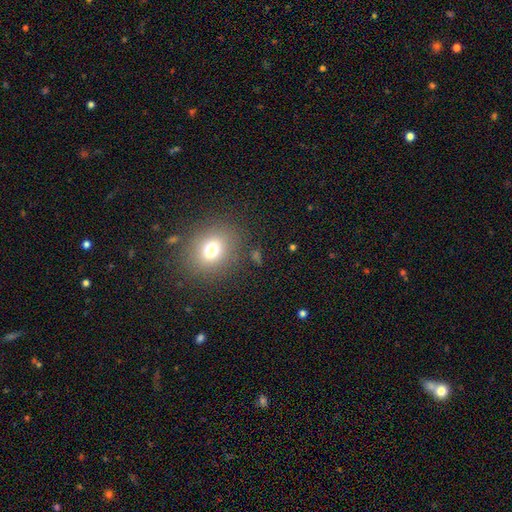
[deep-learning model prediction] smooth-or-featured: smooth: 70% | star or artifact: 20% | featured or disk: 10%
  how-rounded: round: 61% | in between: 38% | cigar-shaped: 2%
  merging: none: 85% | minor disturbance: 9% | major disturbance: 3% | merger: 3%